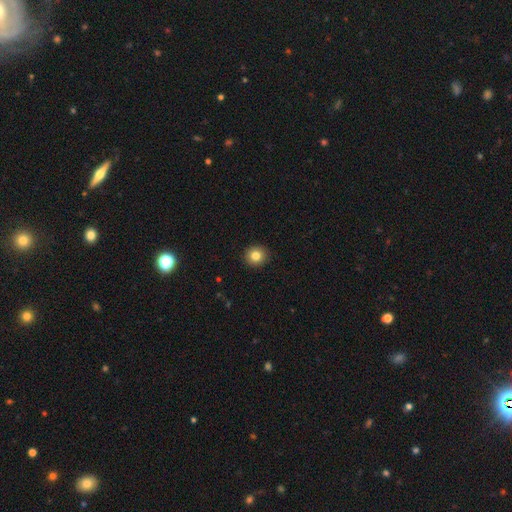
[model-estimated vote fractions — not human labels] This is clearly a smooth galaxy (82%). How rounded: clearly round (89%). Merging: clearly none (92%).